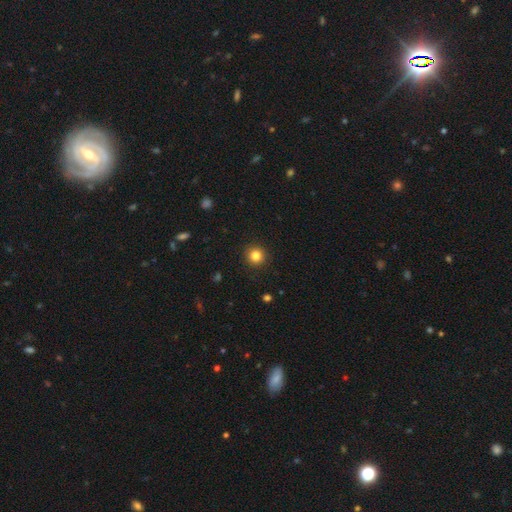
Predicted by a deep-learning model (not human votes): This appears to be a smooth galaxy with no disk features (84%) that is round (94%). Merging: none (92%).